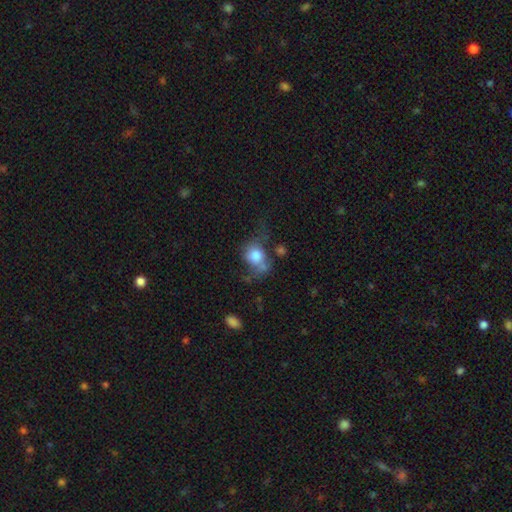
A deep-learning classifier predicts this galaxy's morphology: A smooth galaxy with no disk features (69%) that is round (60%).

Vote fractions:
- Smooth or featured? smooth: 69% / featured or disk: 22% / star or artifact: 10%
- How rounded? round: 60% / in between: 38% / cigar-shaped: 1%
- Merging? none: 31% (tied) / major disturbance: 31% (tied) / minor disturbance: 24% / merger: 13%